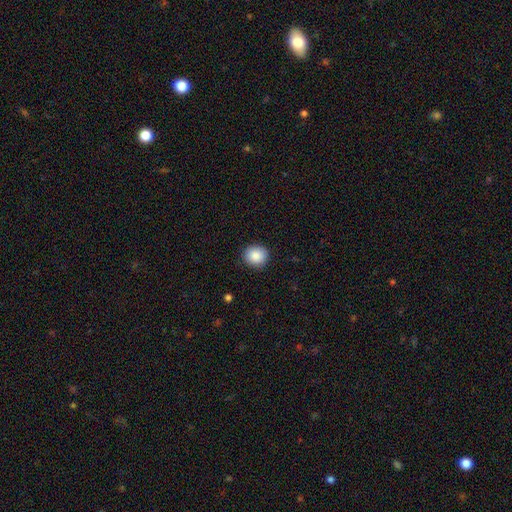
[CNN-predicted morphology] Smooth or featured?
  - smooth: 88% *
  - star or artifact: 8%
  - featured or disk: 4%
How rounded?
  - round: 82% *
  - in between: 17%
  - cigar-shaped: 1%
Merging?
  - none: 89% *
  - minor disturbance: 8%
  - major disturbance: 2%
  - merger: 1%